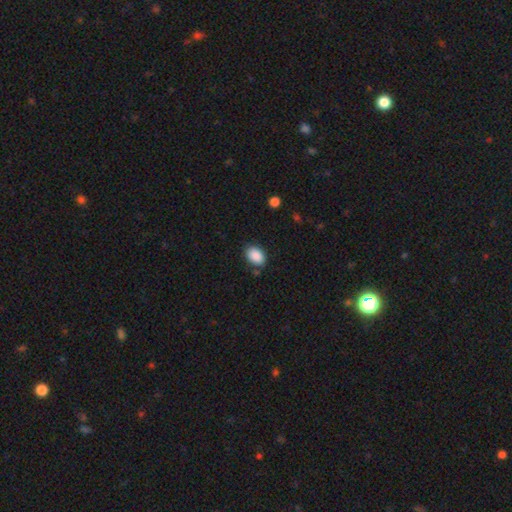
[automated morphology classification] This is clearly a smooth galaxy (89%). How rounded: clearly in between (83%). Merging: clearly none (80%).